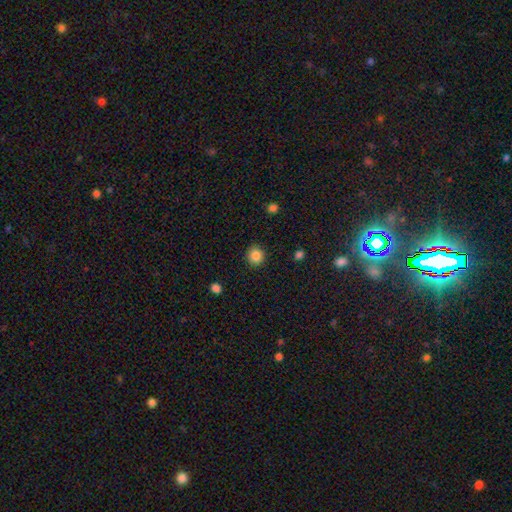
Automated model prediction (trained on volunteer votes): A smooth galaxy with no disk features (85%) that is round (88%). Merging: none (90%).